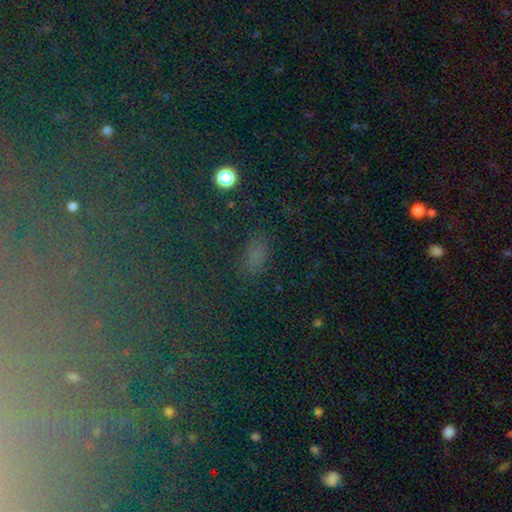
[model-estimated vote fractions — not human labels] smooth 63%, star or artifact 29%, featured or disk 8%. Down the decision tree: how rounded — in between (82%); merging — none (78%).